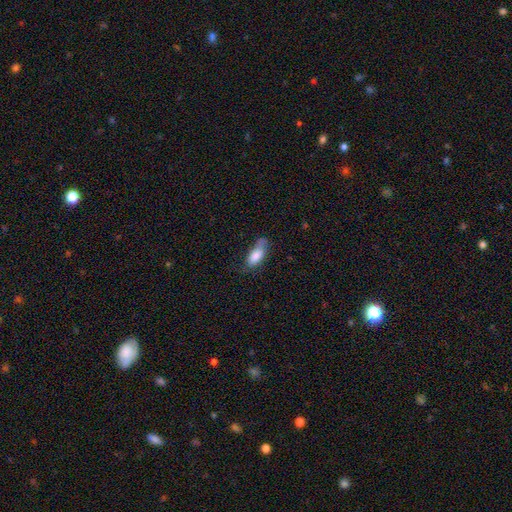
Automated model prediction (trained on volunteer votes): Smooth or featured? Predicted: smooth (p=0.78). How rounded? Predicted: in between (p=0.79). Merging? Predicted: none (p=0.45).